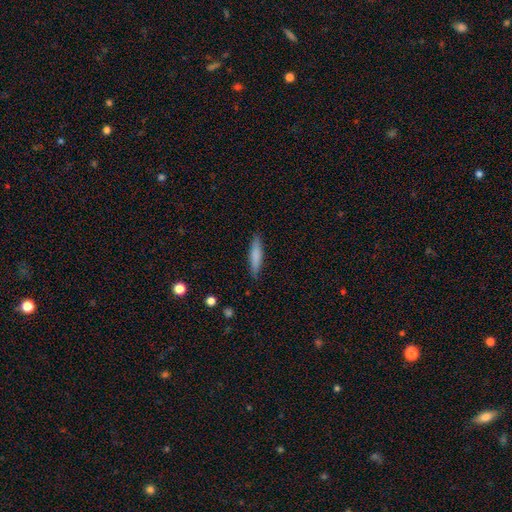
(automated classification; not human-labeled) A smooth galaxy with no disk features (78%) that is cigar-shaped (82%).

Vote fractions:
- Smooth or featured? smooth: 78% / featured or disk: 16% / star or artifact: 6%
- How rounded? cigar-shaped: 82% / in between: 16% / round: 1%
- Merging? none: 87% / minor disturbance: 10% / major disturbance: 2% / merger: 1%